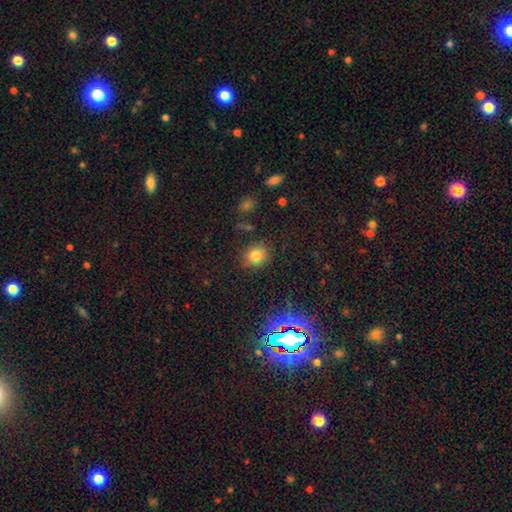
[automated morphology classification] A smooth galaxy with no disk features (78%) that is round (72%). Merging: none (83%).